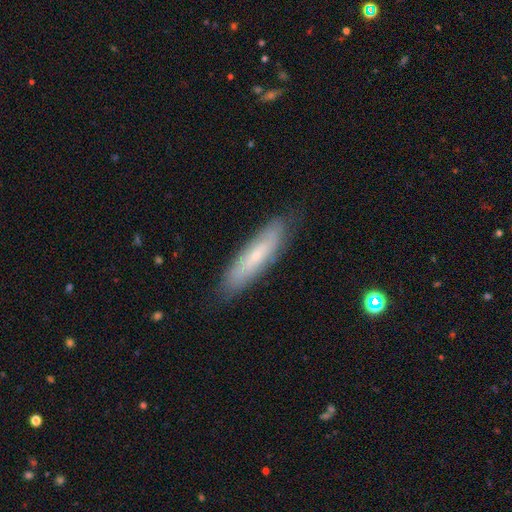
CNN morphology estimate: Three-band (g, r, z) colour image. It shows a smooth galaxy with no disk features (54%) that is cigar-shaped (74%). Merging: none (82%).